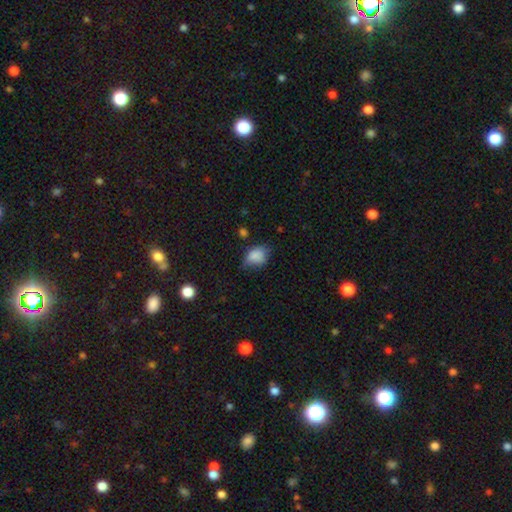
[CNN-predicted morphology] Q: Smooth or featured?
A: smooth (82%); runner-up: star or artifact (10%)
Q: How rounded?
A: in between (67%); runner-up: round (32%)
Q: Merging?
A: none (49%); runner-up: minor disturbance (38%)